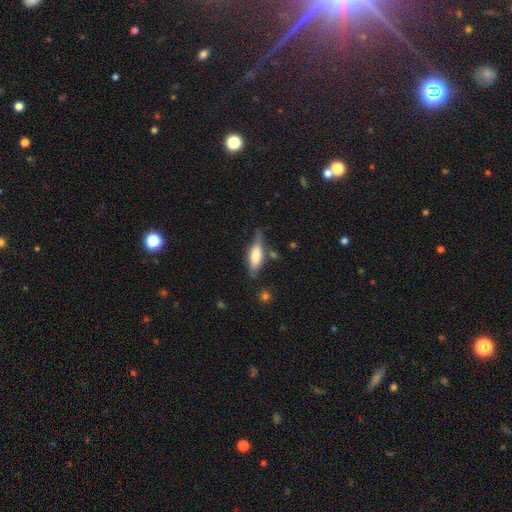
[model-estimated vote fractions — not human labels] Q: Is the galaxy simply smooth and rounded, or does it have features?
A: smooth — 62%.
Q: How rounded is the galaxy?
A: in between — 51%.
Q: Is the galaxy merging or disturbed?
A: none — 65%.